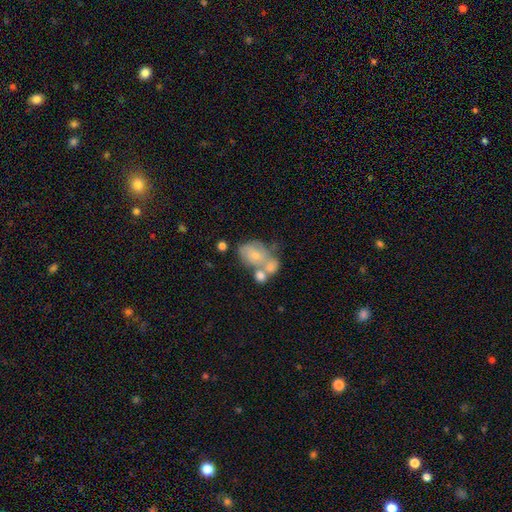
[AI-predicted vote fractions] smooth-or-featured: smooth: 53% | featured or disk: 38% | star or artifact: 9%
  how-rounded: in between: 70% | round: 29% | cigar-shaped: 1%
  merging: merger: 52% | none: 23% | minor disturbance: 14% | major disturbance: 11%